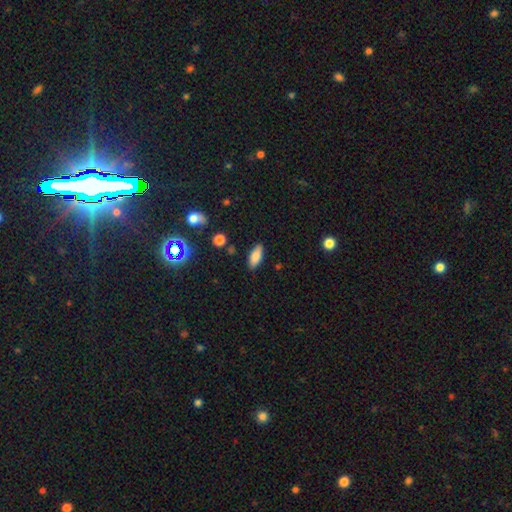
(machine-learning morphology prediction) Smooth or featured? smooth (81%)
How rounded? in between (79%)
Merging? none (84%)